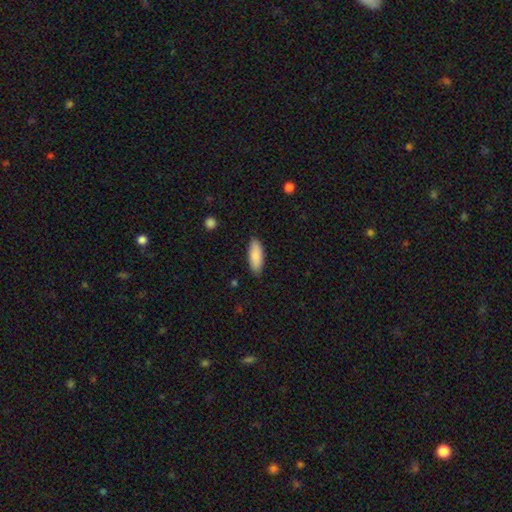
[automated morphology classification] smooth 88%, featured or disk 7%, star or artifact 6%. Down the decision tree: how rounded — in between (72%); merging — none (87%).